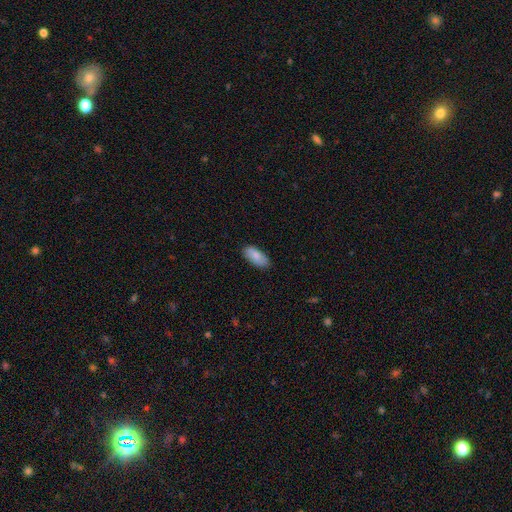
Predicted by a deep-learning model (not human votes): Smooth or featured? smooth (85%)
How rounded? in between (88%)
Merging? none (85%)